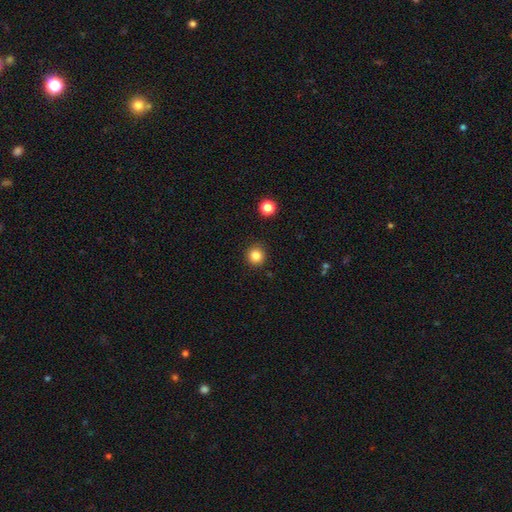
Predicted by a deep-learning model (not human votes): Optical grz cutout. It shows a smooth galaxy with no disk features (82%) that is round (94%). Merging: none (91%).